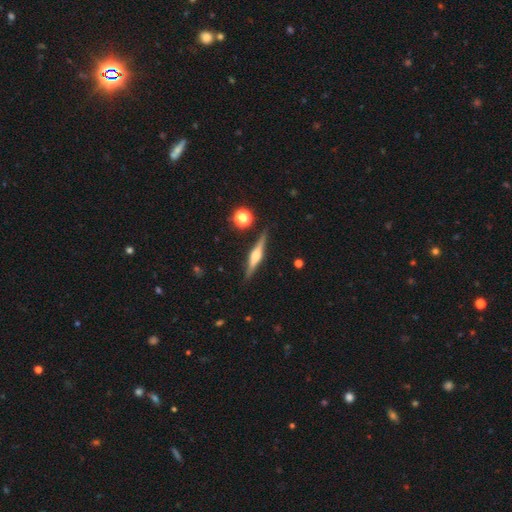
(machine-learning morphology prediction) featured or disk 74%, smooth 19%, star or artifact 7%. Down the decision tree: edge-on disk — yes (98%); edge-on bulge — rounded (78%); merging — none (89%).